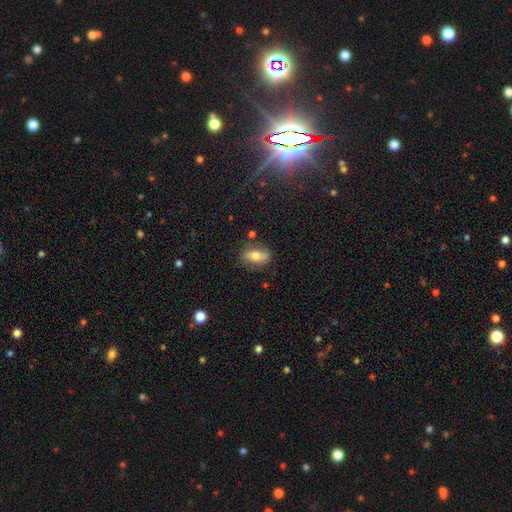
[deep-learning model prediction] smooth 60%, featured or disk 31%, star or artifact 8%. Down the decision tree: how rounded — in between (80%); merging — none (75%).